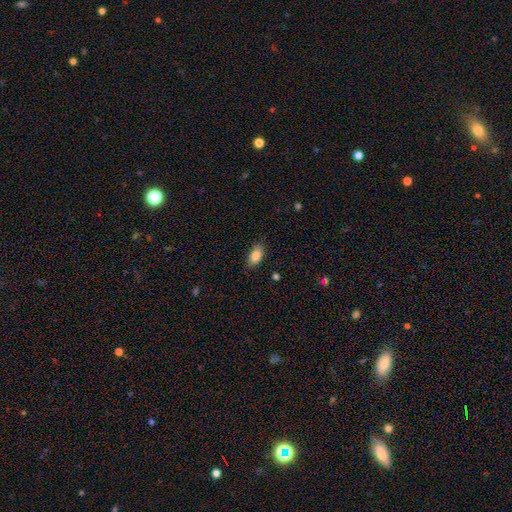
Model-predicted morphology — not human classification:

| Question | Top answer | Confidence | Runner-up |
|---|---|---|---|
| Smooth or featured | smooth | 86% | star or artifact (7%) |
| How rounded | in between | 91% | round (5%) |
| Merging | none | 83% | minor disturbance (13%) |